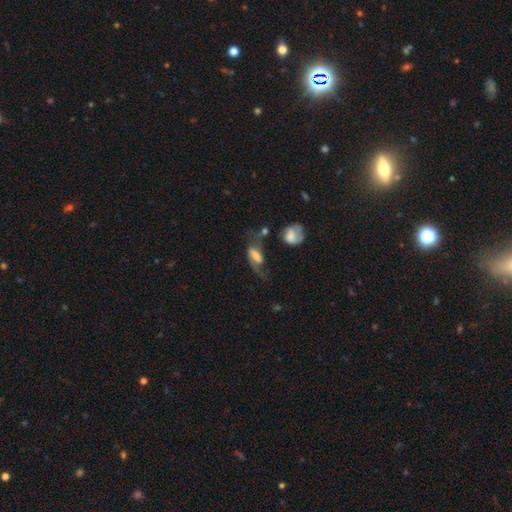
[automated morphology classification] The model was most divided on "merging": none: 34%, major disturbance: 31%, minor disturbance: 21%, merger: 13%. More confident: edge-on disk — no (90%); smooth or featured — featured or disk (54%).